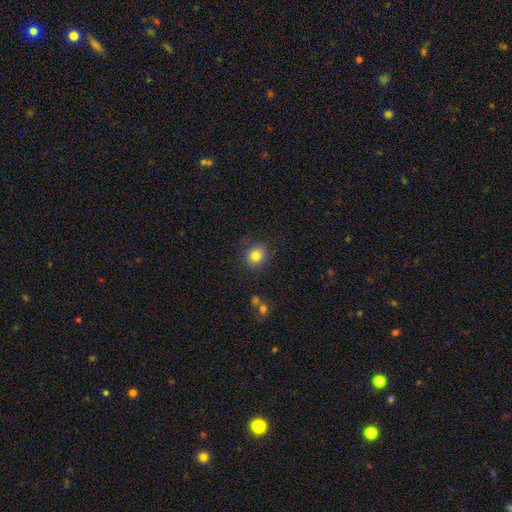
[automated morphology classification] Smooth or featured? smooth (82%)
How rounded? round (85%)
Merging? none (86%)